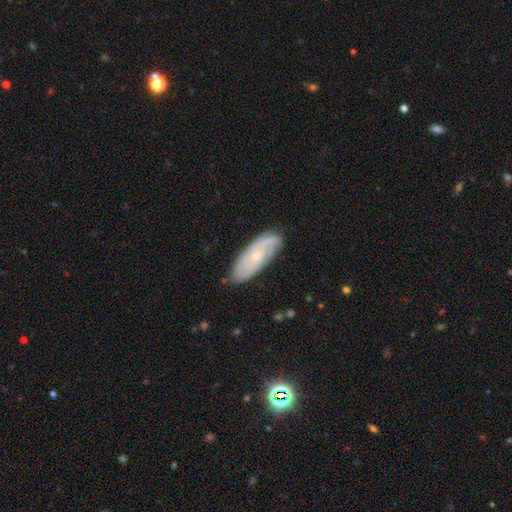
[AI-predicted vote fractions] Smooth or featured?
  - featured or disk: 67% *
  - smooth: 26%
  - star or artifact: 7%
Edge-on disk?
  - no: 85% *
  - yes: 15%
Bar?
  - no: 77% *
  - weak: 19%
  - strong: 4%
Spiral arms?
  - yes: 84% *
  - no: 16%
Bulge size?
  - small: 66% *
  - moderate: 31%
  - none: 2%
  - large: 1%
  - dominant: 1%
Merging?
  - none: 74% *
  - minor disturbance: 20%
  - major disturbance: 4%
  - merger: 1%